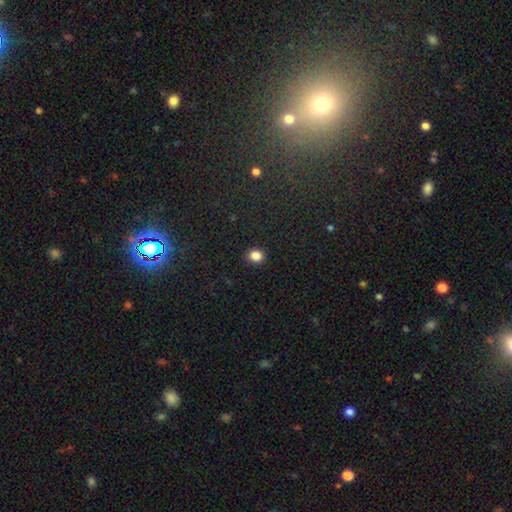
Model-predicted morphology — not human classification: The model was most divided on "how rounded": round: 71%, in between: 28%, cigar-shaped: 1%. More confident: merging — none (91%); smooth or featured — smooth (85%).